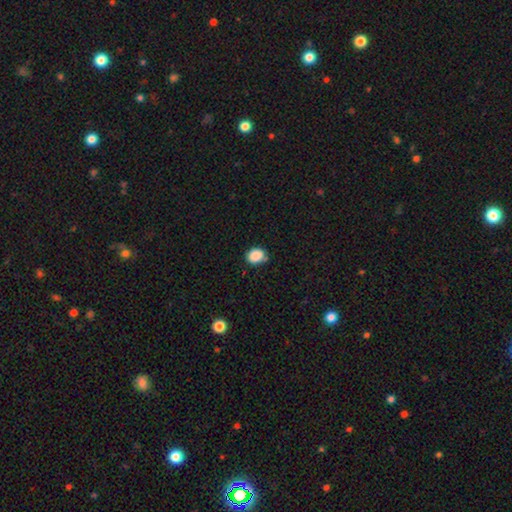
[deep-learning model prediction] This appears to be a smooth galaxy with no disk features (87%) that is round (56%). Merging: none (75%).